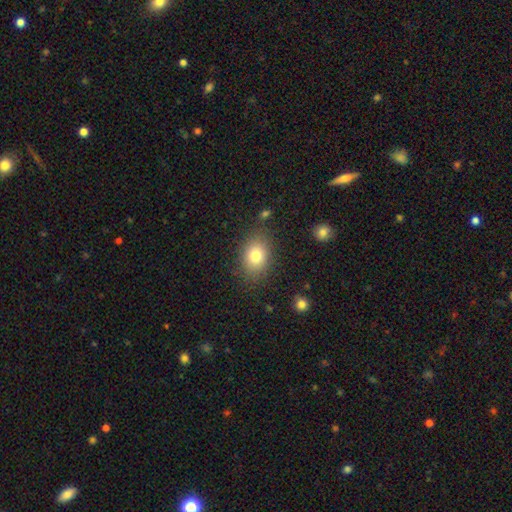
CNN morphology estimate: Smooth or featured: smooth — 79% (featured or disk — 10%)
How rounded: in between — 68% (round — 31%)
Merging: none — 82% (minor disturbance — 12%)